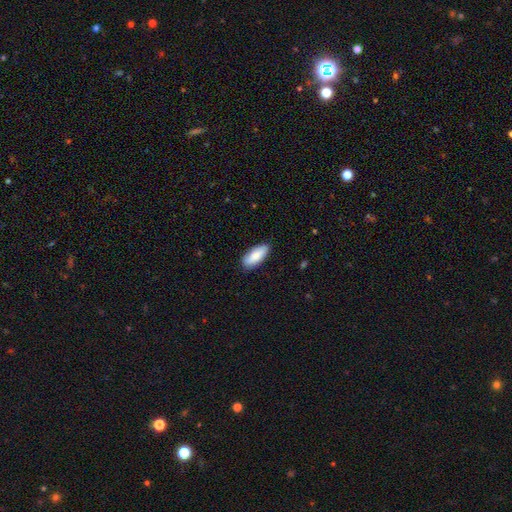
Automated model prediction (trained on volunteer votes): This is clearly a smooth galaxy (84%). How rounded: clearly in between (80%). Merging: clearly none (85%).